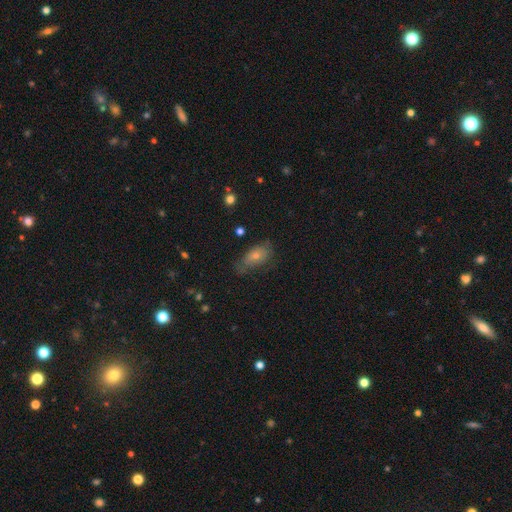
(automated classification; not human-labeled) smooth-or-featured: smooth: 51% | featured or disk: 34% | star or artifact: 15%
  how-rounded: in between: 81% | cigar-shaped: 11% | round: 8%
  merging: none: 60% | minor disturbance: 27% | major disturbance: 11% | merger: 2%